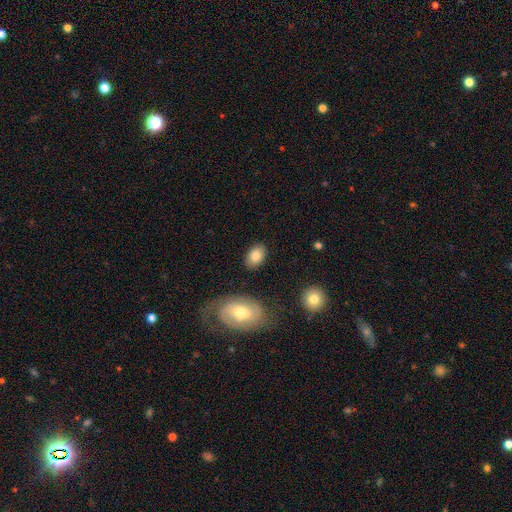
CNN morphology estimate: This is clearly a smooth galaxy (82%). How rounded: clearly in between (87%). Merging: clearly none (83%).